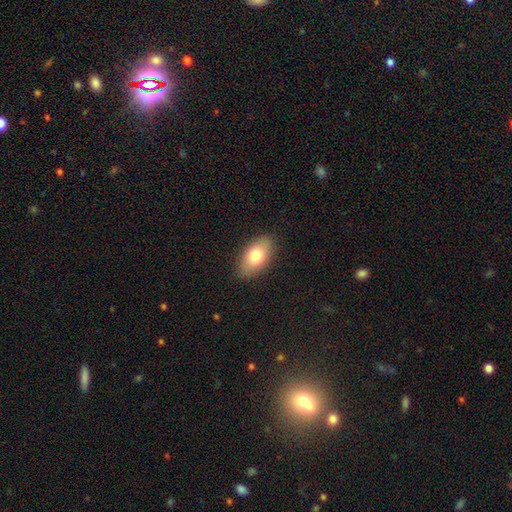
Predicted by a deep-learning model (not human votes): This is likely a smooth galaxy (77%). How rounded: clearly in between (92%). Merging: clearly none (86%).